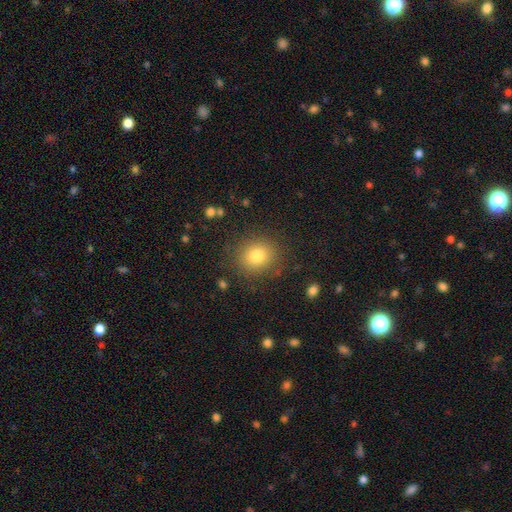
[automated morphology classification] smooth-or-featured: smooth: 77% | star or artifact: 14% | featured or disk: 8%
  how-rounded: round: 77% | in between: 22% | cigar-shaped: 1%
  merging: none: 88% | minor disturbance: 8% | major disturbance: 3% | merger: 1%